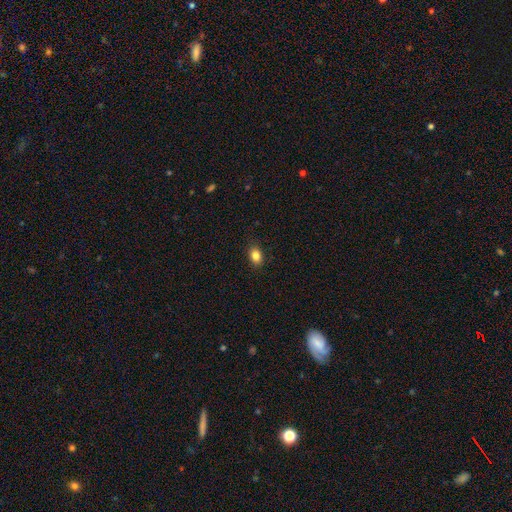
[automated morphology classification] Smooth or featured?
  - smooth: 85% *
  - star or artifact: 10%
  - featured or disk: 6%
How rounded?
  - in between: 77% *
  - round: 22%
  - cigar-shaped: 1%
Merging?
  - none: 88% *
  - minor disturbance: 9%
  - major disturbance: 2%
  - merger: 1%